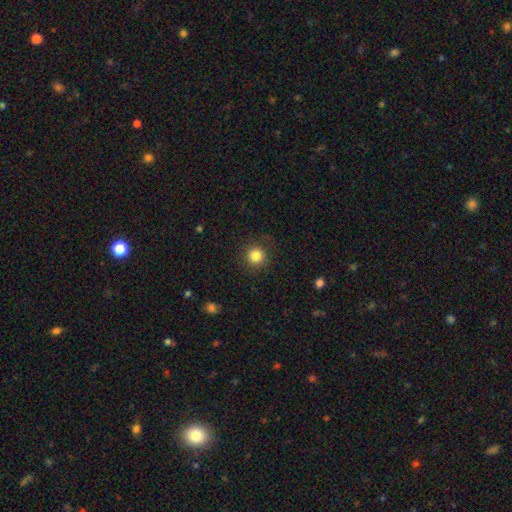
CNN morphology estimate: smooth 84%, star or artifact 11%, featured or disk 5%. Down the decision tree: how rounded — round (94%); merging — none (89%).